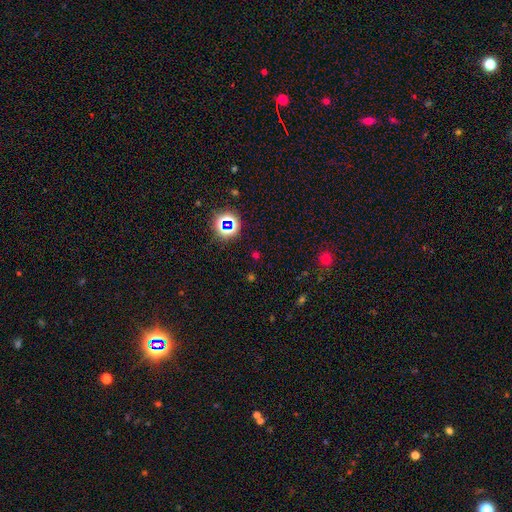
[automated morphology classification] A star or artifact, not a galaxy (63%).